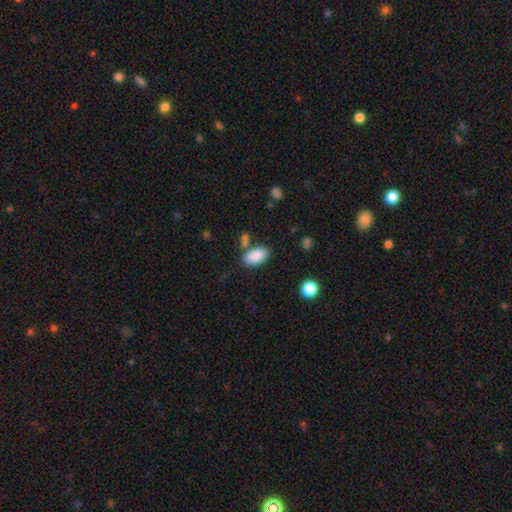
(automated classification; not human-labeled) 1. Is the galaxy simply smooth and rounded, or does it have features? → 88% smooth, 7% star or artifact, 5% featured or disk.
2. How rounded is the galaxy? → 93% in between, 4% round, 2% cigar-shaped.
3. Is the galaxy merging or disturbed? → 71% none, 14% minor disturbance, 11% merger, 4% major disturbance.